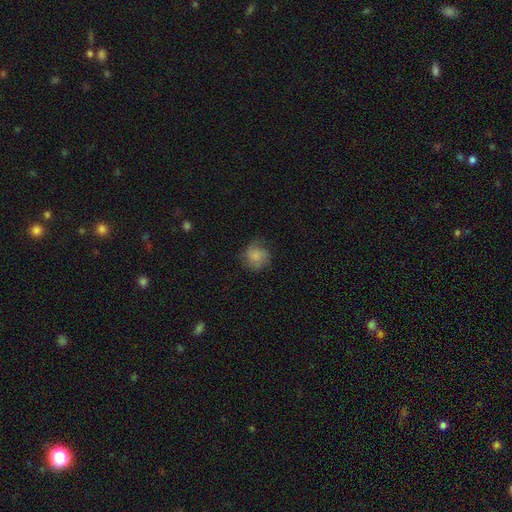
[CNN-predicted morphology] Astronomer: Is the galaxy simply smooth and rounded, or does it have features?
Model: smooth — 73%.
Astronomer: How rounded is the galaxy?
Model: round — 85%.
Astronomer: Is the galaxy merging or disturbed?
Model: none — 67%.